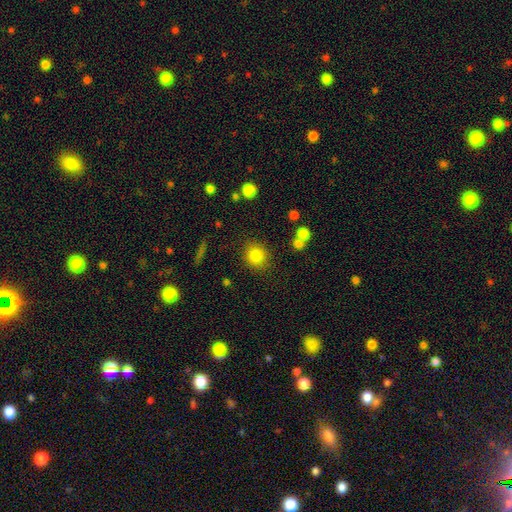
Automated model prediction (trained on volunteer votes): Smooth or featured? smooth (83%)
How rounded? round (82%)
Merging? none (84%)